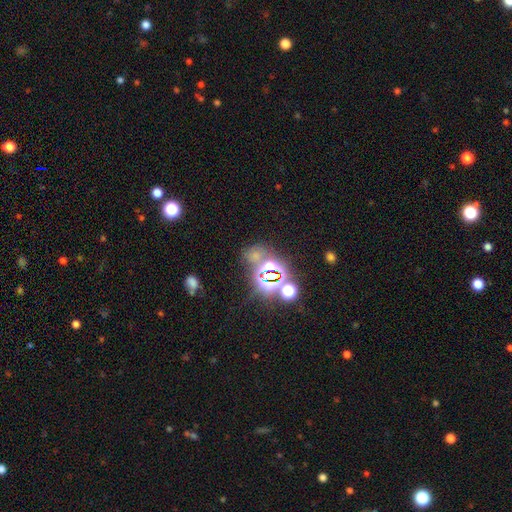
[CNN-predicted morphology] Smooth or featured? Predicted: star or artifact (p=0.54).